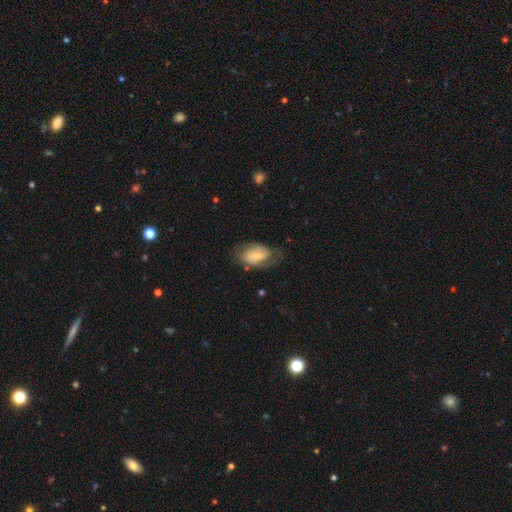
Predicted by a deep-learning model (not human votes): A smooth galaxy with no disk features (47%). Merging: none (59%).